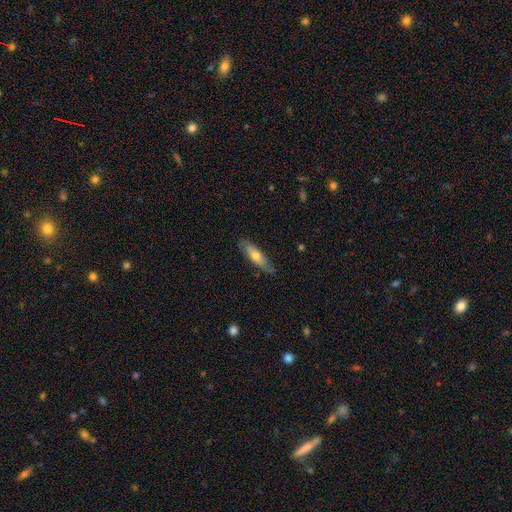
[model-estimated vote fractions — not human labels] Smooth or featured?
  - smooth: 60% *
  - featured or disk: 34%
  - star or artifact: 6%
How rounded?
  - cigar-shaped: 53% *
  - in between: 44%
  - round: 2%
Merging?
  - none: 77% *
  - minor disturbance: 19%
  - major disturbance: 3%
  - merger: 1%